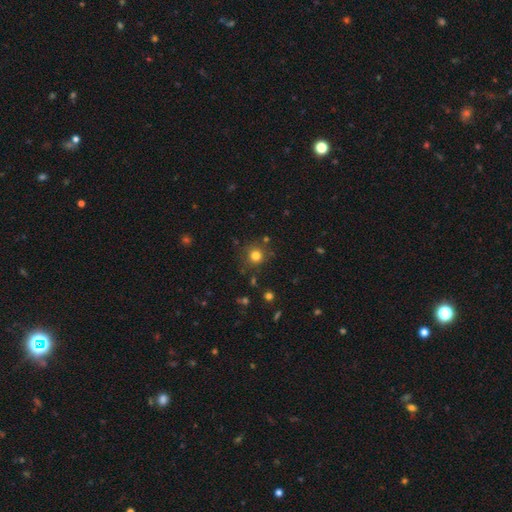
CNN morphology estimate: Smooth or featured?
  - smooth: 79% *
  - star or artifact: 15%
  - featured or disk: 7%
How rounded?
  - round: 93% *
  - in between: 6%
  - cigar-shaped: 1%
Merging?
  - none: 84% *
  - minor disturbance: 9%
  - merger: 4%
  - major disturbance: 3%